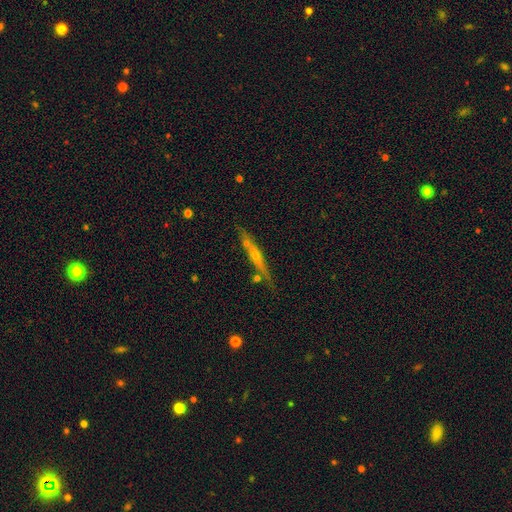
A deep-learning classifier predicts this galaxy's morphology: Smooth or featured?
  - featured or disk: 64% *
  - smooth: 28%
  - star or artifact: 8%
Edge-on disk?
  - yes: 92% *
  - no: 8%
Edge-on bulge?
  - rounded: 65% *
  - none: 30%
  - boxy: 5%
Merging?
  - none: 76% *
  - minor disturbance: 14%
  - merger: 7%
  - major disturbance: 3%